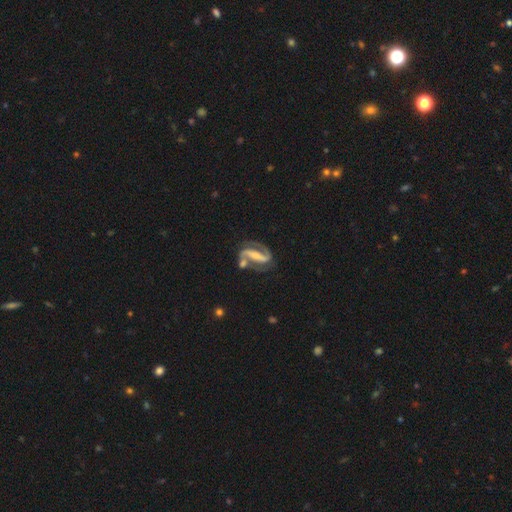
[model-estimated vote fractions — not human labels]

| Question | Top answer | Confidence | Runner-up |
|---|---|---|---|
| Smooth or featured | featured or disk | 89% | smooth (6%) |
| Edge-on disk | no | 96% | yes (4%) |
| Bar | strong | 69% | weak (20%) |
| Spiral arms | yes | 97% | no (3%) |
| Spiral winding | medium | 53% | tight (25%) |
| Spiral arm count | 2 | 93% | 1 (2%) |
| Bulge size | small | 42% | moderate (27%) |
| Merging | none | 63% | minor disturbance (16%) |